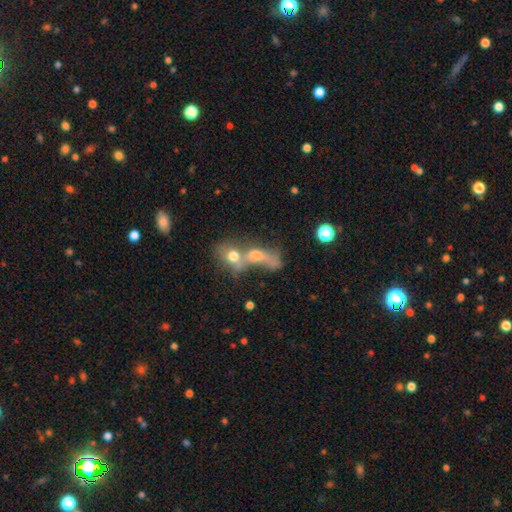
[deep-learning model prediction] Smooth or featured? Predicted: smooth (p=0.50). Merging? Predicted: merger (p=0.69).